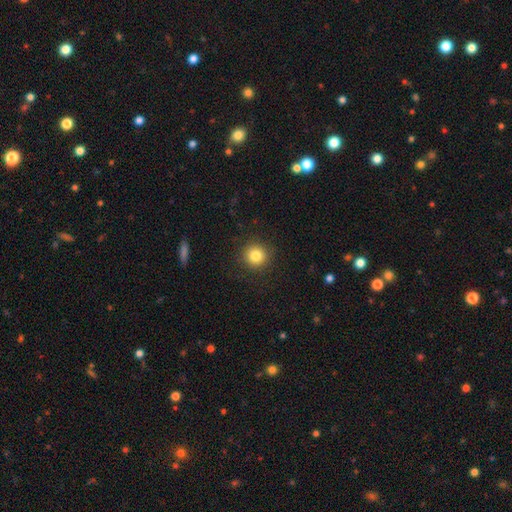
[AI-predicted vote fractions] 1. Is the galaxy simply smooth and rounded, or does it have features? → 82% smooth, 11% star or artifact, 6% featured or disk.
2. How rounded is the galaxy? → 94% round, 5% in between, 1% cigar-shaped.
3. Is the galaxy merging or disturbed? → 90% none, 6% minor disturbance, 3% major disturbance, 1% merger.